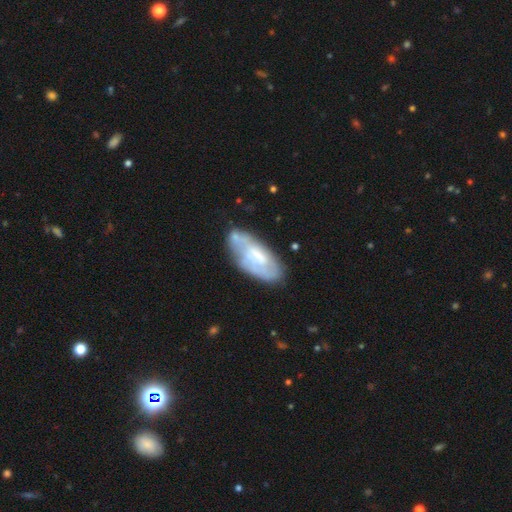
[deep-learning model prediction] Overall: featured or disk (56%; smooth 36%). Edge-on disk: no (90%). Bar: no (53%; weak 36%). Spiral arms: yes (52%; no 48%). Bulge size: moderate (32%, tied with small). Merging: none (57%; minor disturbance 25%).